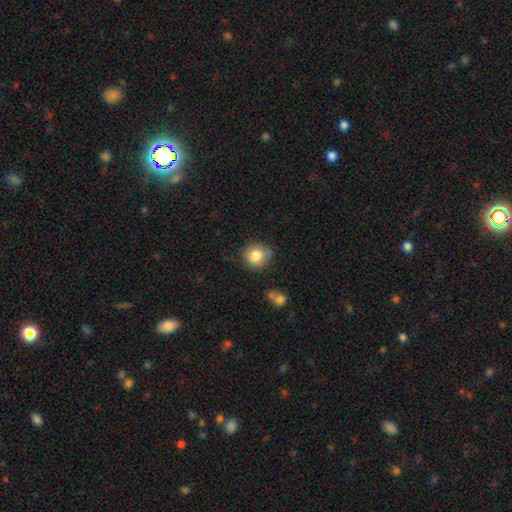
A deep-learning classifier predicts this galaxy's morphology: smooth_or_featured: smooth (p=0.82) [alt: star or artifact p=0.10]
how_rounded: round (p=0.82) [alt: in between p=0.17]
merging: none (p=0.67) [alt: minor disturbance p=0.23]